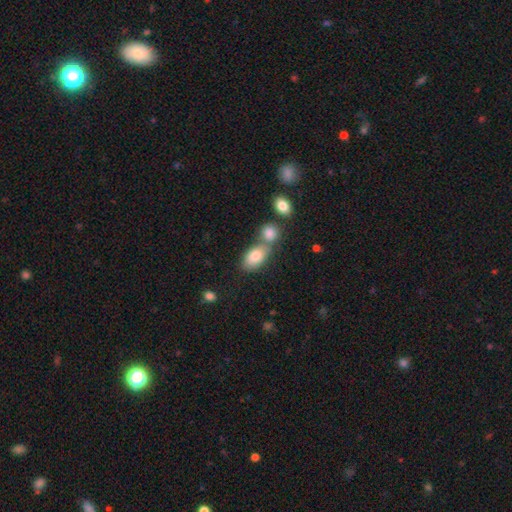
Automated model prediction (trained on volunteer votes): A smooth galaxy with no disk features (81%) that is in between round and cigar-shaped (90%). Merging: none (47%).